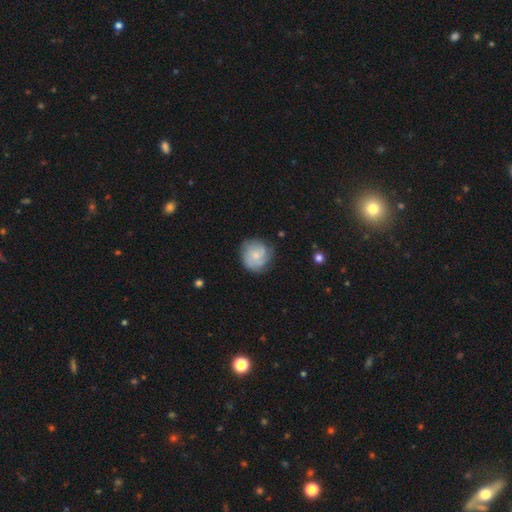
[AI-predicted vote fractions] featured or disk 47%, smooth 46%, star or artifact 7%. Down the decision tree: merging — none (71%).